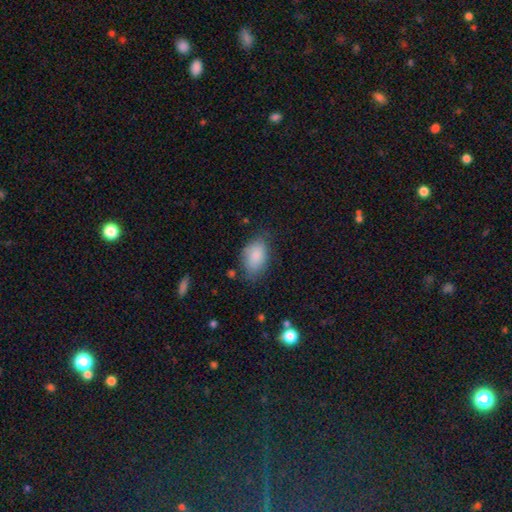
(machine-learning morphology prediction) A smooth galaxy with no disk features (86%) that is in between round and cigar-shaped (91%).

Vote fractions:
- Smooth or featured? smooth: 86% / featured or disk: 7% / star or artifact: 7%
- How rounded? in between: 91% / round: 8% / cigar-shaped: 2%
- Merging? none: 68% / minor disturbance: 24% / major disturbance: 6% / merger: 2%